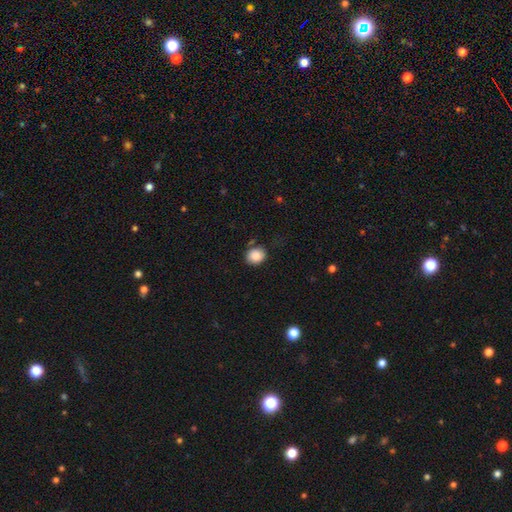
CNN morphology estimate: This is clearly a smooth galaxy (87%). How rounded: likely round (71%). Merging: likely none (78%).